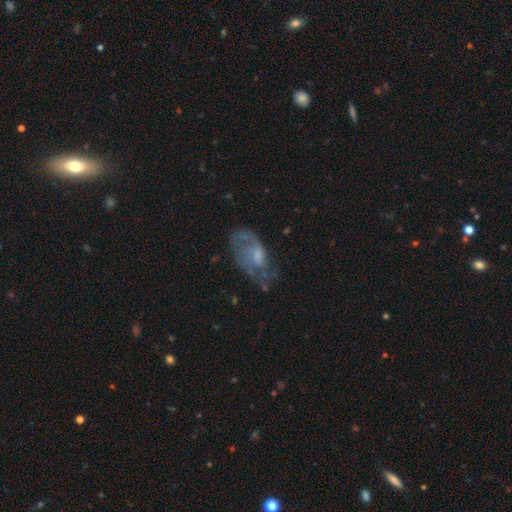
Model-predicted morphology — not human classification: Smooth or featured? Predicted: featured or disk (p=0.68). Edge-on disk? Predicted: no (p=0.95). Bar? Predicted: no (p=0.56). Spiral arms? Predicted: yes (p=0.78). Bulge size? Predicted: moderate (p=0.39). Merging? Predicted: none (p=0.49).